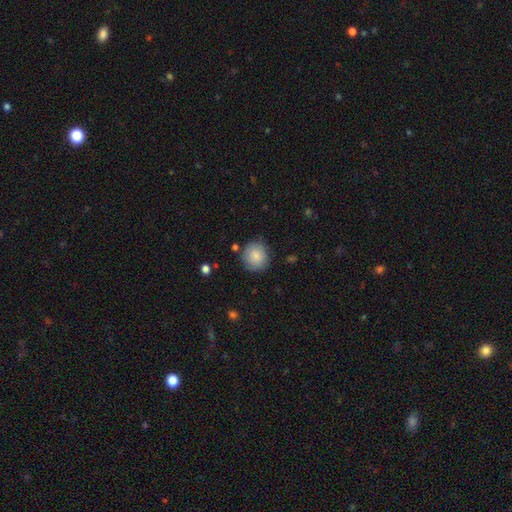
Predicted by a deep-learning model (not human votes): Smooth or featured: smooth — 85% (featured or disk — 7%)
How rounded: round — 87% (in between — 12%)
Merging: none — 81% (minor disturbance — 13%)